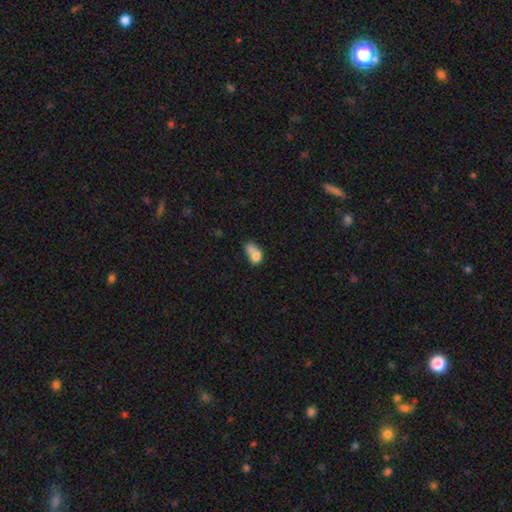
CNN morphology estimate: The model was most divided on "how rounded": in between: 59%, round: 39%, cigar-shaped: 2%. More confident: smooth or featured — smooth (70%); merging — merger (62%).